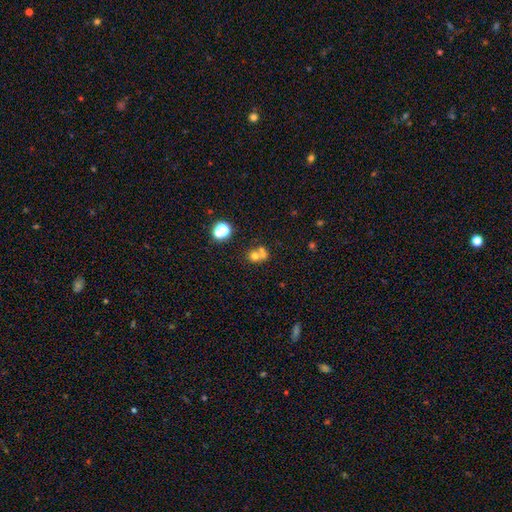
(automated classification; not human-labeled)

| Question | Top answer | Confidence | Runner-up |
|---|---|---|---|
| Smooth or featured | smooth | 62% | star or artifact (19%) |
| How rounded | round | 75% | in between (24%) |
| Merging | merger | 56% | none (33%) |